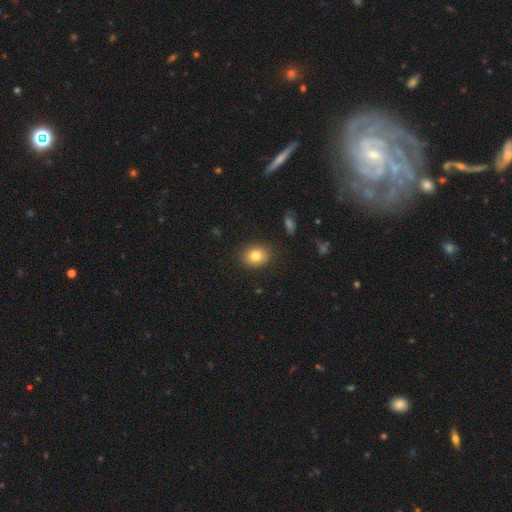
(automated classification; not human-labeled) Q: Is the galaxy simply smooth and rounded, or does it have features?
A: smooth — 81%.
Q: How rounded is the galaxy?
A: in between — 50%.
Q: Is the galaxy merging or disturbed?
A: none — 88%.